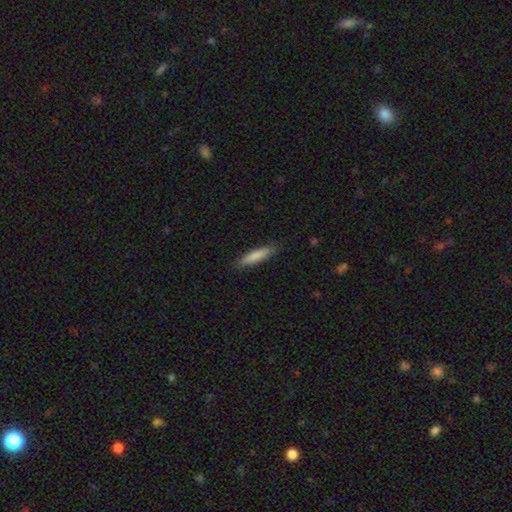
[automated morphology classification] This is clearly a smooth galaxy (84%). How rounded: likely cigar-shaped (78%). Merging: clearly none (87%).